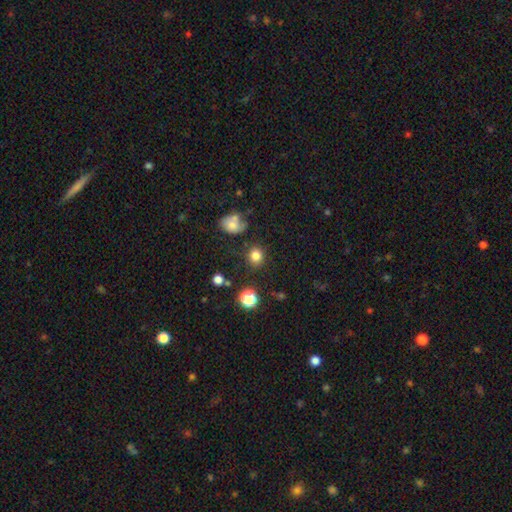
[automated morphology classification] Smooth or featured?
  - smooth: 80% *
  - star or artifact: 14%
  - featured or disk: 6%
How rounded?
  - round: 80% *
  - in between: 19%
  - cigar-shaped: 1%
Merging?
  - none: 80% *
  - minor disturbance: 12%
  - merger: 4%
  - major disturbance: 4%